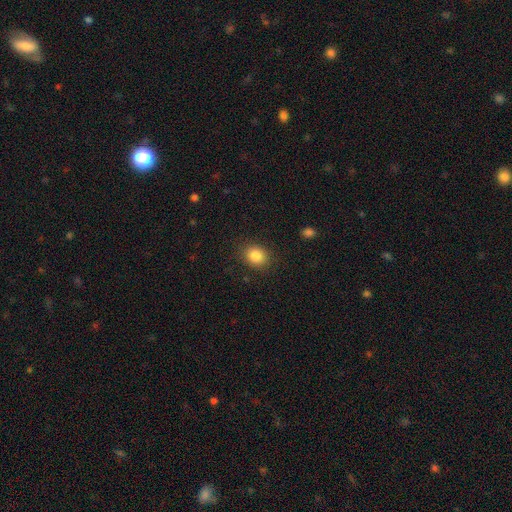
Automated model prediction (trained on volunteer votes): A smooth galaxy with no disk features (85%) that is round (65%). Merging: none (87%).